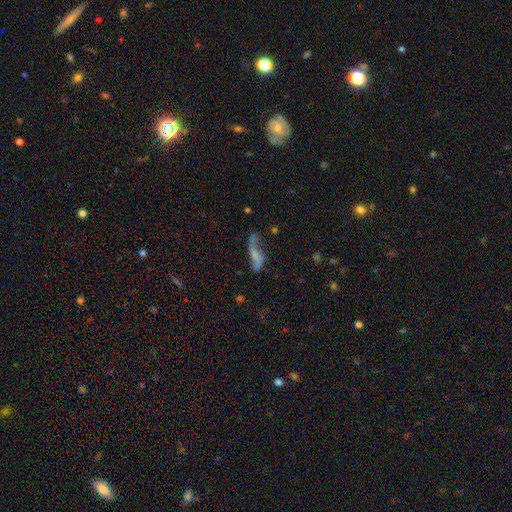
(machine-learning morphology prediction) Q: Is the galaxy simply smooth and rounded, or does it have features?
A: featured or disk — 55%.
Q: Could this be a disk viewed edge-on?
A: no — 83%.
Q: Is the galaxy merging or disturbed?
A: none — 44%.